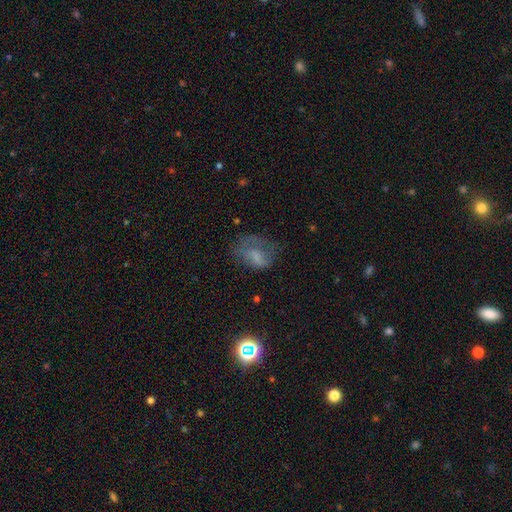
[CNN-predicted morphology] This is possibly a smooth galaxy (53%). How rounded: likely in between (76%). Merging: marginally none (38%).